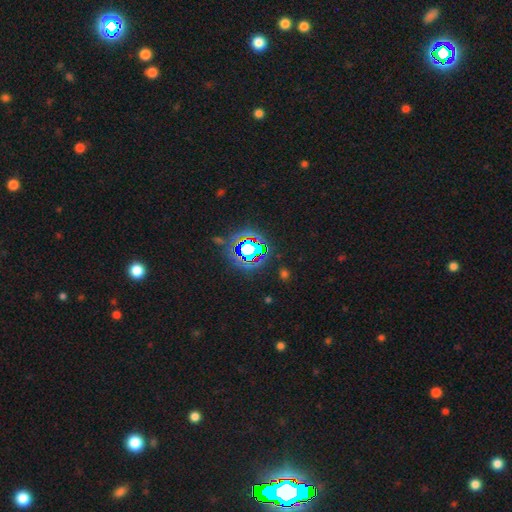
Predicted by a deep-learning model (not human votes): A star or artifact, not a galaxy (83%).